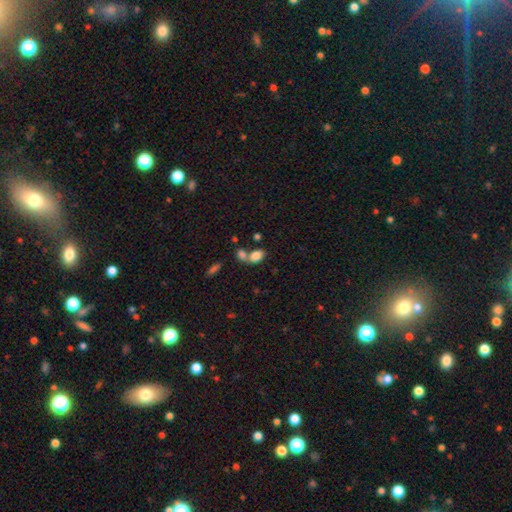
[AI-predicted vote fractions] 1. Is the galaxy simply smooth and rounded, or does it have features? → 81% smooth, 10% featured or disk, 9% star or artifact.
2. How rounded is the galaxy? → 85% in between, 13% round, 2% cigar-shaped.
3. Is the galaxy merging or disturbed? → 48% merger, 36% none, 10% minor disturbance, 5% major disturbance.